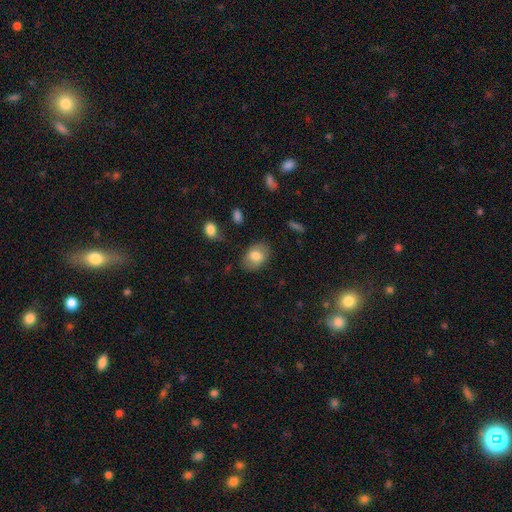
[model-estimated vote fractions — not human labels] Smooth or featured? Predicted: smooth (p=0.75). How rounded? Predicted: in between (p=0.75). Merging? Predicted: none (p=0.81).